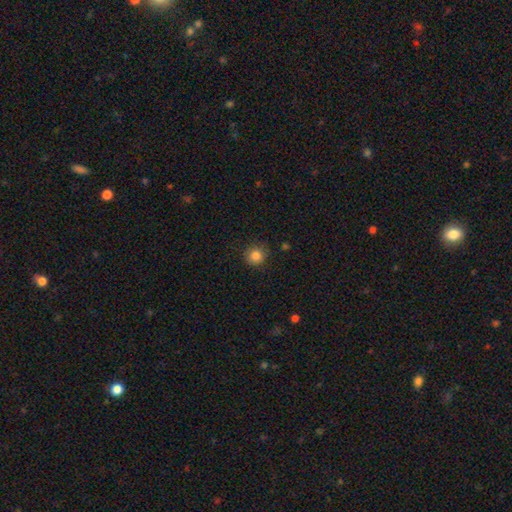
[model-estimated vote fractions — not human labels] smooth 84%, star or artifact 11%, featured or disk 5%. Down the decision tree: how rounded — round (92%); merging — none (86%).